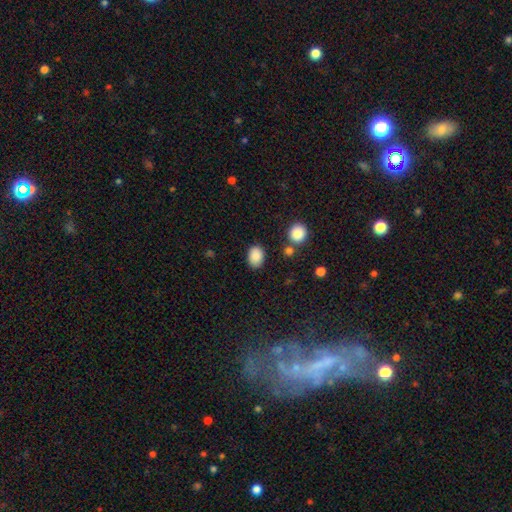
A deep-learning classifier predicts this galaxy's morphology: A smooth galaxy with no disk features (87%) that is in between round and cigar-shaped (73%).

Vote fractions:
- Smooth or featured? smooth: 87% / star or artifact: 8% / featured or disk: 4%
- How rounded? in between: 73% / round: 26% / cigar-shaped: 1%
- Merging? none: 82% / minor disturbance: 11% / merger: 4% / major disturbance: 3%